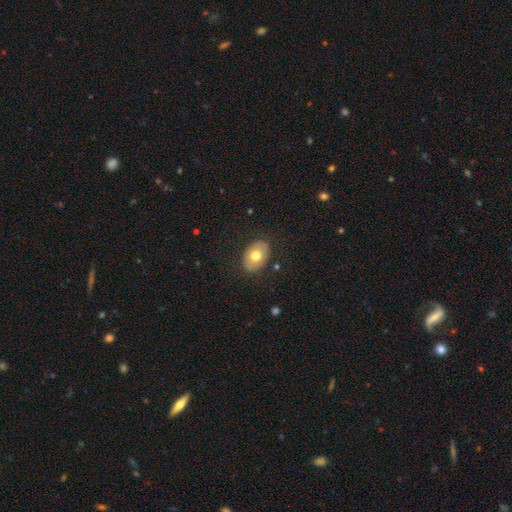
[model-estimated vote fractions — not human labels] Smooth or featured?
  - smooth: 70% *
  - featured or disk: 23%
  - star or artifact: 7%
How rounded?
  - in between: 76% *
  - round: 23%
  - cigar-shaped: 1%
Merging?
  - none: 84% *
  - minor disturbance: 11%
  - major disturbance: 3%
  - merger: 1%